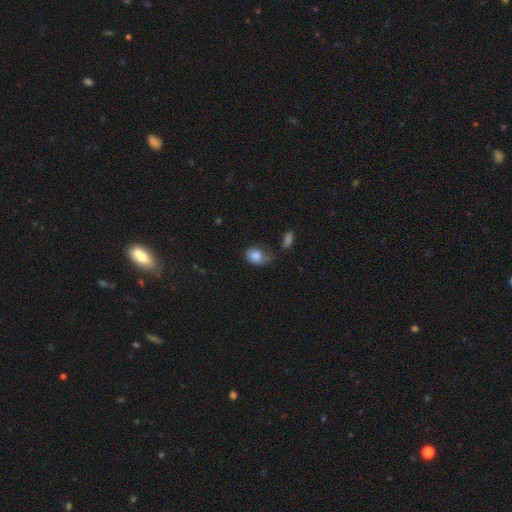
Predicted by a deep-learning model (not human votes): smooth-or-featured: smooth: 81% | featured or disk: 10% | star or artifact: 9%
  how-rounded: in between: 69% | round: 29% | cigar-shaped: 1%
  merging: none: 36% | minor disturbance: 34% | major disturbance: 20% | merger: 9%